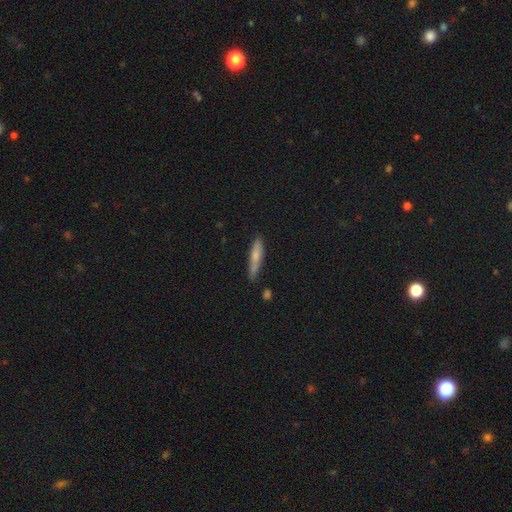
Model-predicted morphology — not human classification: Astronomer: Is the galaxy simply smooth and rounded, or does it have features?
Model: smooth — 68%.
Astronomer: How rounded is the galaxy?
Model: cigar-shaped — 87%.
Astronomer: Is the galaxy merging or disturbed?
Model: none — 77%.